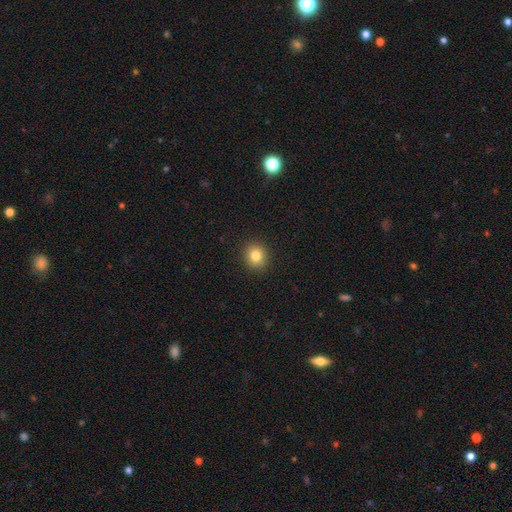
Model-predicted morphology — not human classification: smooth-or-featured: smooth: 82% | star or artifact: 11% | featured or disk: 7%
  how-rounded: round: 81% | in between: 18% | cigar-shaped: 1%
  merging: none: 91% | minor disturbance: 6% | major disturbance: 2% | merger: 1%